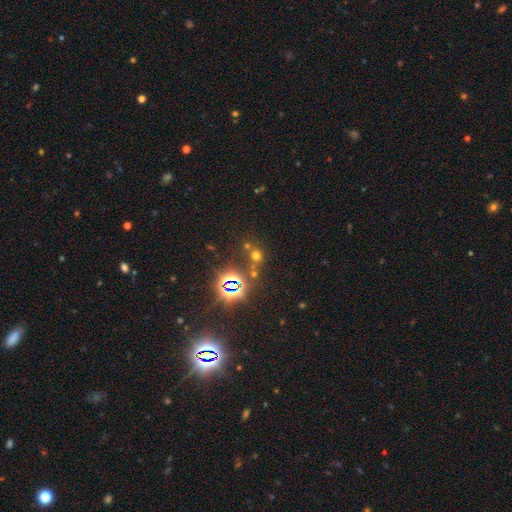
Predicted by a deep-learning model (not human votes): smooth-or-featured: star or artifact: 46% | smooth: 45% | featured or disk: 9%